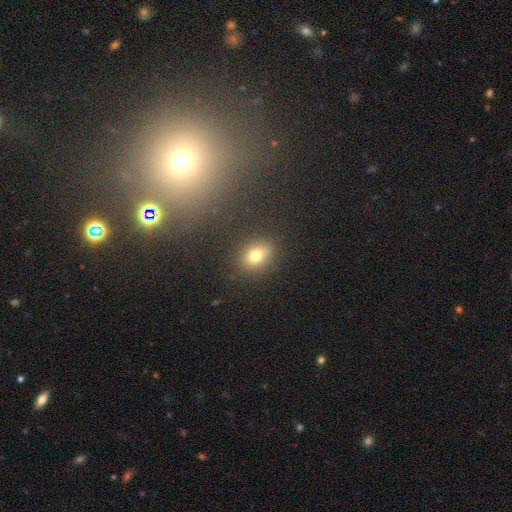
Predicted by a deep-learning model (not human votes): A smooth galaxy with no disk features (74%) that is in between round and cigar-shaped (52%). Merging: none (85%).